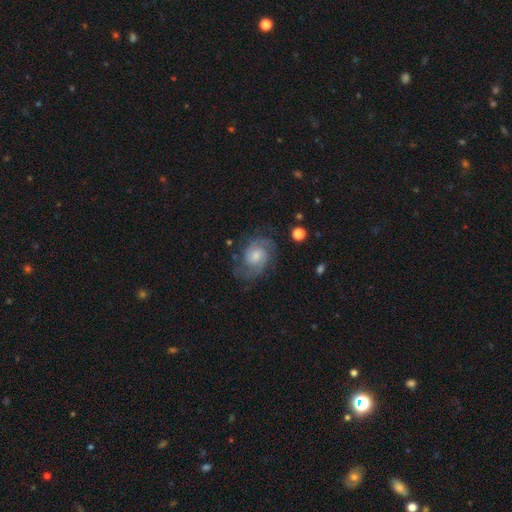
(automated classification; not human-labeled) Smooth or featured: featured or disk — 82% (smooth — 12%)
Edge-on disk: no — 98% (yes — 2%)
Bar: no — 60% (weak — 35%)
Spiral arms: yes — 96% (no — 4%)
Spiral winding: medium — 47% (tight — 41%)
Spiral arm count: 2 — 71% (can't tell — 12%)
Bulge size: moderate — 45% (small — 41%)
Merging: none — 70% (minor disturbance — 19%)